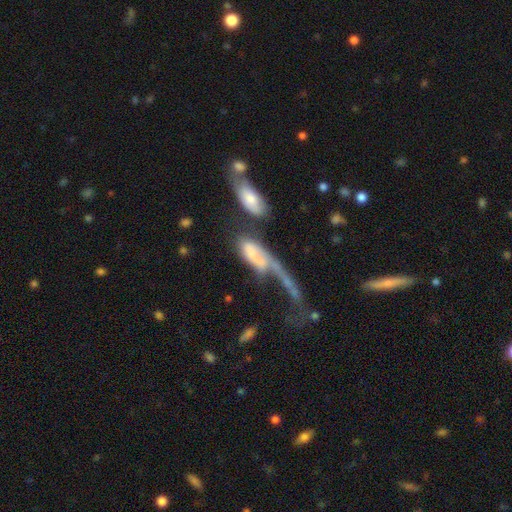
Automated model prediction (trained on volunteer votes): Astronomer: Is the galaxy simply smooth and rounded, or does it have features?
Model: smooth — 47% (runner-up: featured or disk, 43%).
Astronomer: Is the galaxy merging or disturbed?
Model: merger — 47% (runner-up: major disturbance, 34%).